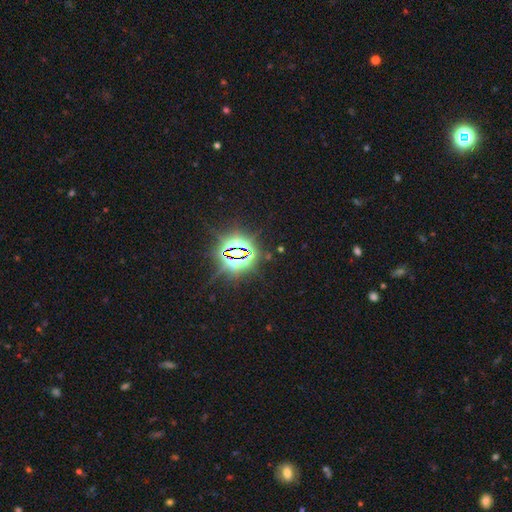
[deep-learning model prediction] A star or artifact, not a galaxy (83%).

Vote fractions:
- Smooth or featured? star or artifact: 83% / smooth: 10% / featured or disk: 7%